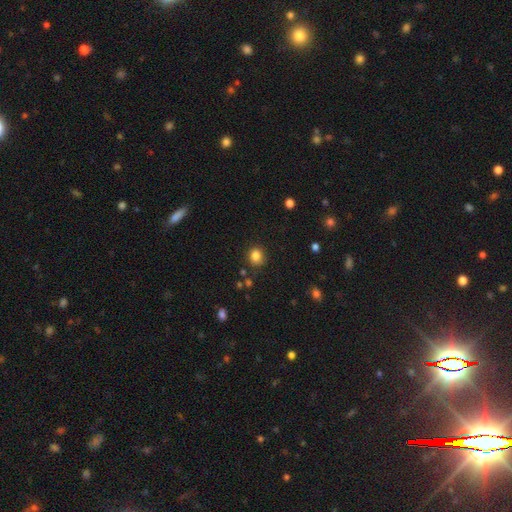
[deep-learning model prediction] Morphology: type=smooth (84%); roundness=round (77%); merging=none (83%).